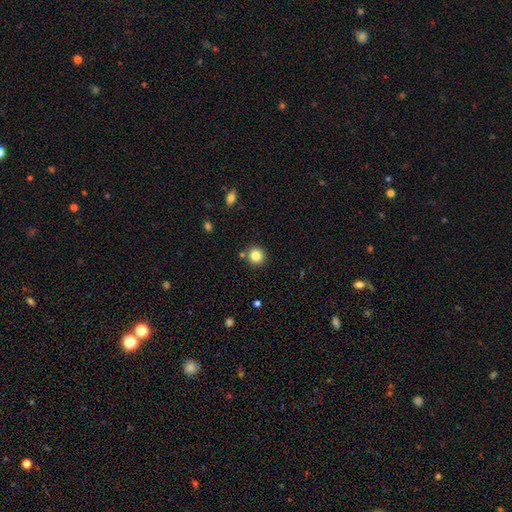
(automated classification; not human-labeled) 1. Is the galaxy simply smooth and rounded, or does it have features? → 84% smooth, 11% star or artifact, 5% featured or disk.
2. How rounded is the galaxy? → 94% round, 5% in between, 1% cigar-shaped.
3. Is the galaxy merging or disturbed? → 85% none, 7% minor disturbance, 6% merger, 2% major disturbance.